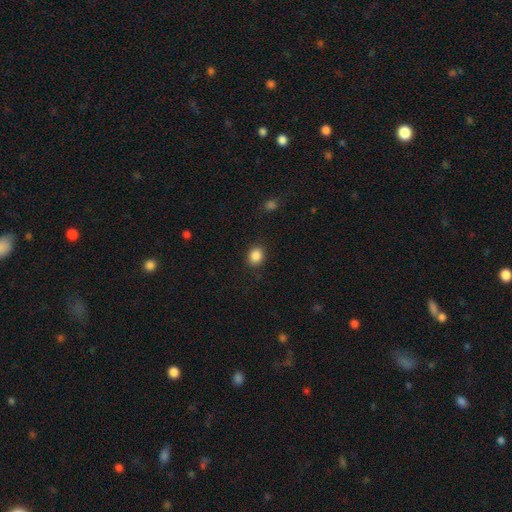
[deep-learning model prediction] smooth-or-featured: smooth: 87% | star or artifact: 10% | featured or disk: 4%
  how-rounded: round: 64% | in between: 35% | cigar-shaped: 1%
  merging: none: 88% | minor disturbance: 8% | major disturbance: 3% | merger: 1%